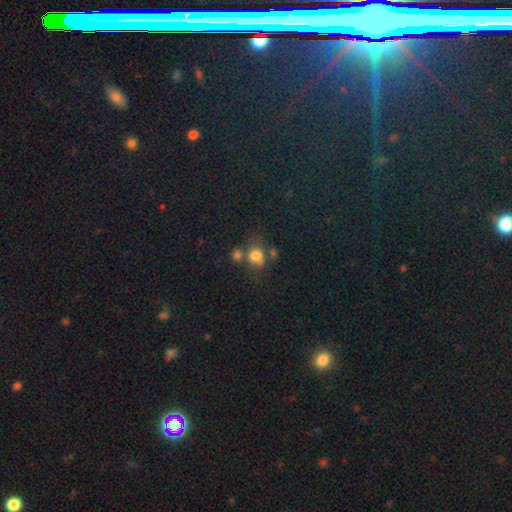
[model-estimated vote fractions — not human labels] smooth-or-featured: smooth: 73% | star or artifact: 15% | featured or disk: 12%
  how-rounded: round: 65% | in between: 34% | cigar-shaped: 1%
  merging: none: 45% | merger: 30% | minor disturbance: 16% | major disturbance: 9%